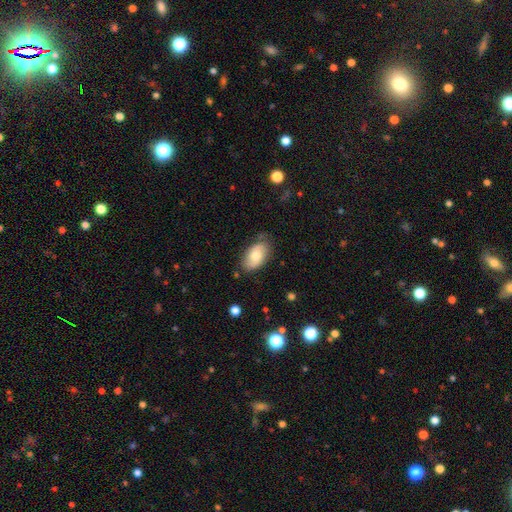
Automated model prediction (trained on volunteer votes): Q: Smooth or featured?
A: smooth (69%); runner-up: featured or disk (24%)
Q: How rounded?
A: in between (94%); runner-up: round (5%)
Q: Merging?
A: none (74%); runner-up: minor disturbance (20%)